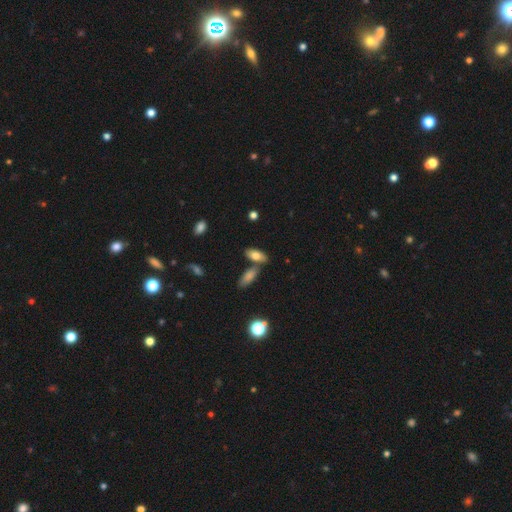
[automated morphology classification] Smooth or featured? smooth (75%)
How rounded? in between (84%)
Merging? none (64%)